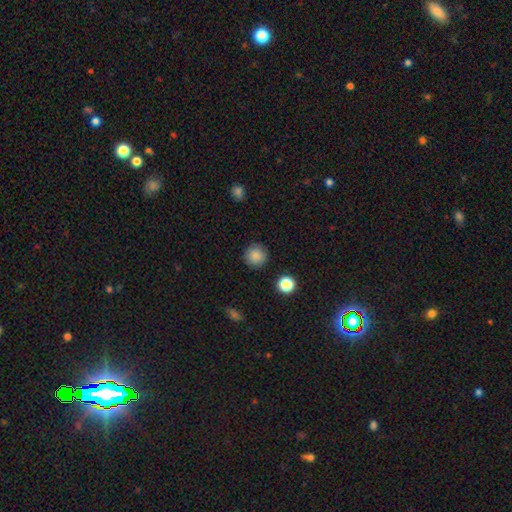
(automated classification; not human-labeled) Smooth or featured?
  - smooth: 86% *
  - star or artifact: 10%
  - featured or disk: 4%
How rounded?
  - round: 94% *
  - in between: 5%
  - cigar-shaped: 1%
Merging?
  - none: 89% *
  - minor disturbance: 7%
  - major disturbance: 2%
  - merger: 1%